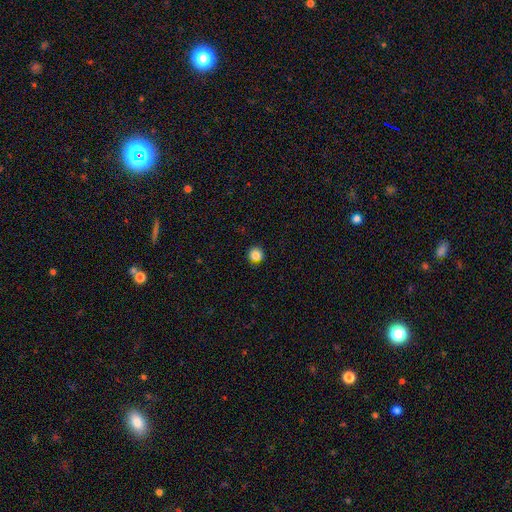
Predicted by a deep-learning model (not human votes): Smooth or featured? smooth (85%)
How rounded? round (93%)
Merging? none (90%)